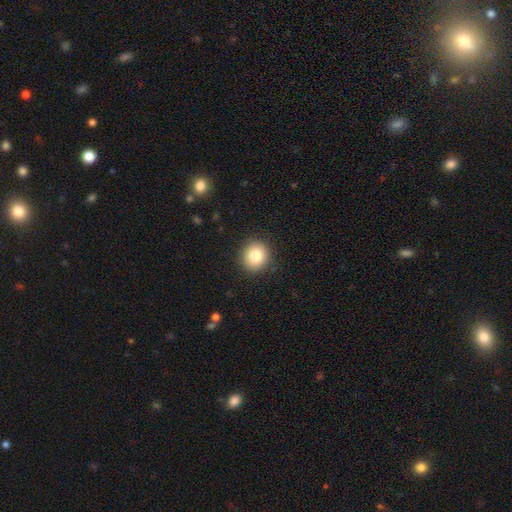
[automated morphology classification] smooth-or-featured: smooth: 82% | star or artifact: 10% | featured or disk: 9%
  how-rounded: round: 86% | in between: 13% | cigar-shaped: 1%
  merging: none: 90% | minor disturbance: 7% | major disturbance: 2% | merger: 1%